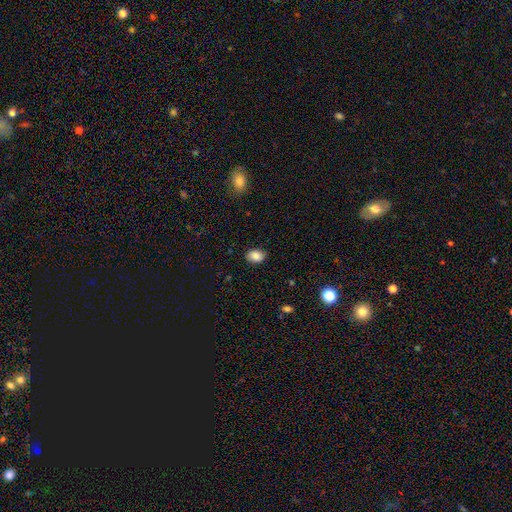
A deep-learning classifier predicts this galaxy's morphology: This appears to be a smooth galaxy with no disk features (85%) that is in between round and cigar-shaped (74%). Merging: none (87%).